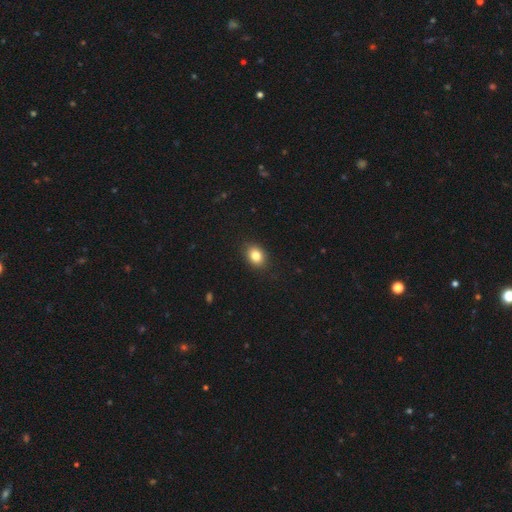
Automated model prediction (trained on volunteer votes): This is clearly a smooth galaxy (83%). How rounded: likely in between (61%). Merging: clearly none (88%).